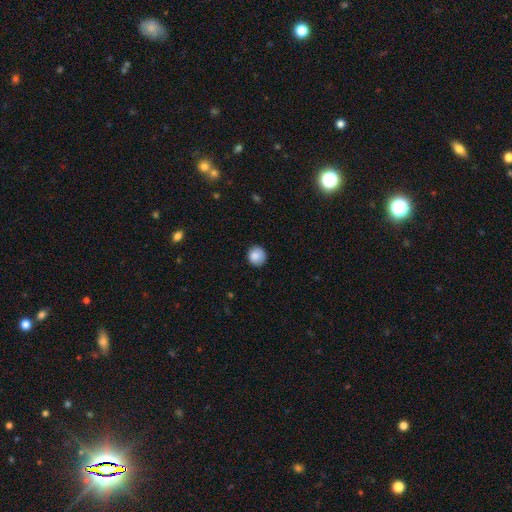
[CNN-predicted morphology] A smooth galaxy with no disk features (86%) that is round (90%). Merging: none (83%).